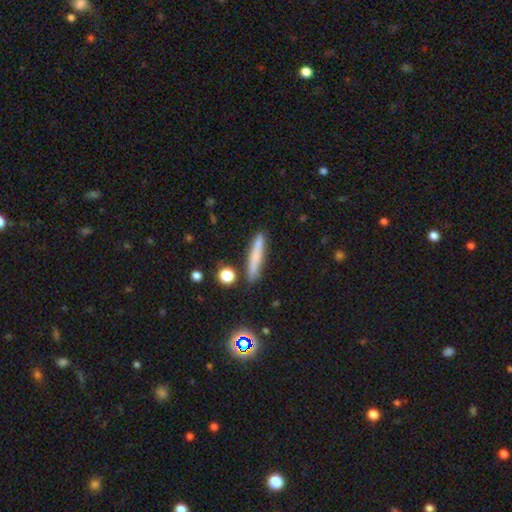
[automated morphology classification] Smooth or featured: smooth — 70% (featured or disk — 22%)
How rounded: cigar-shaped — 92% (in between — 5%)
Merging: none — 86% (minor disturbance — 9%)